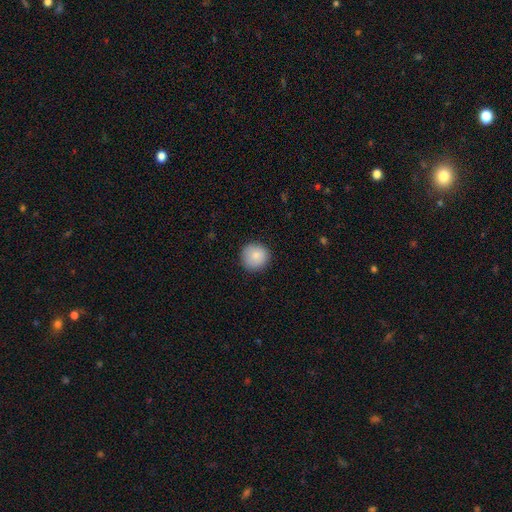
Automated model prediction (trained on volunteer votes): Smooth or featured? Predicted: smooth (p=0.86). How rounded? Predicted: round (p=0.94). Merging? Predicted: none (p=0.88).